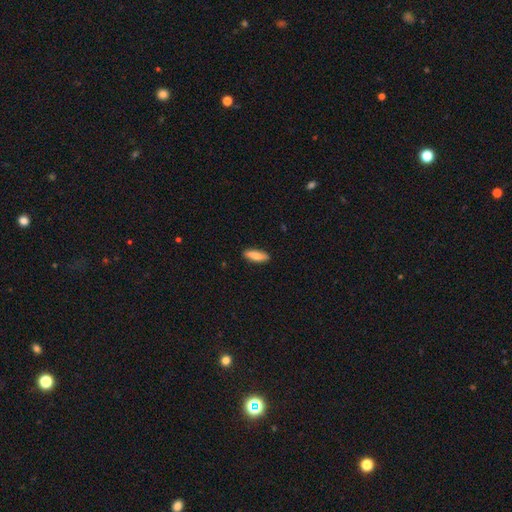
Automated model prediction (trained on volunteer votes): This appears to be a smooth galaxy with no disk features (82%) that is in between round and cigar-shaped (51%). Merging: none (89%).